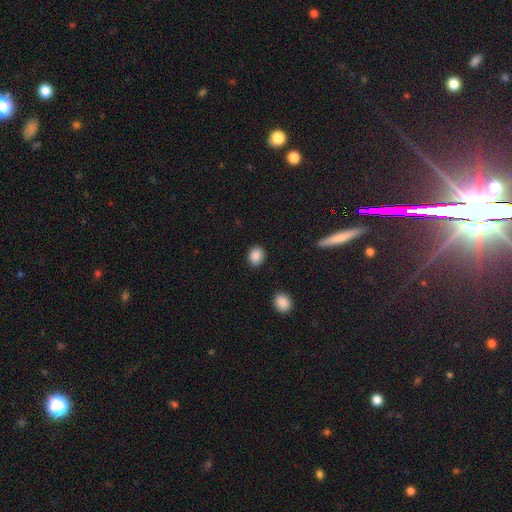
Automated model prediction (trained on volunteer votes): smooth-or-featured: smooth: 88% | star or artifact: 8% | featured or disk: 4%
  how-rounded: round: 56% | in between: 43% | cigar-shaped: 1%
  merging: none: 89% | minor disturbance: 7% | major disturbance: 2% | merger: 2%